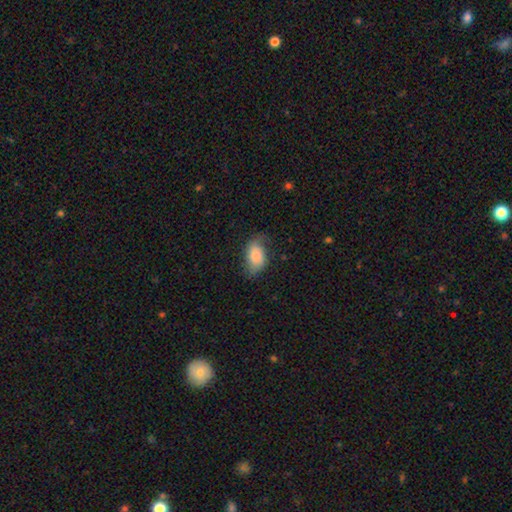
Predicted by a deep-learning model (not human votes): smooth_or_featured: smooth (p=0.77) [alt: featured or disk p=0.17]
how_rounded: in between (p=0.92) [alt: round p=0.06]
merging: none (p=0.58) [alt: minor disturbance p=0.29]